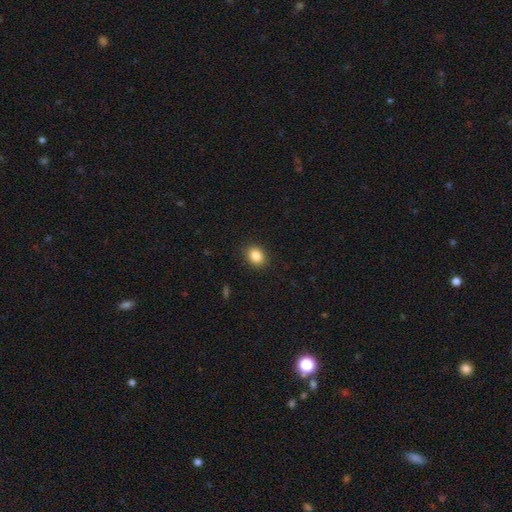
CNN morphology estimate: smooth_or_featured: smooth (p=0.85) [alt: star or artifact p=0.10]
how_rounded: round (p=0.55) [alt: in between p=0.44]
merging: none (p=0.90) [alt: minor disturbance p=0.07]